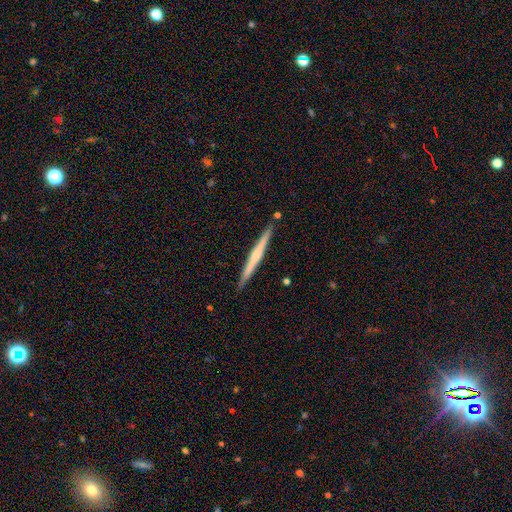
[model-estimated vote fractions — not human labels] This appears to be a featured or disk galaxy (57%) viewed edge-on (98%) with no central bulge (49%). Merging: none (91%).